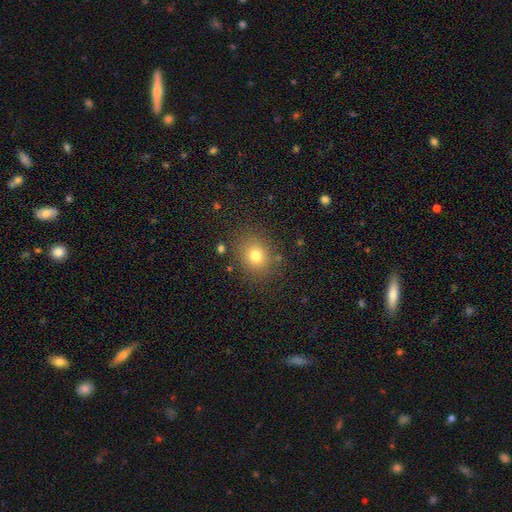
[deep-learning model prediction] This is likely a smooth galaxy (77%). How rounded: likely round (67%). Merging: clearly none (83%).